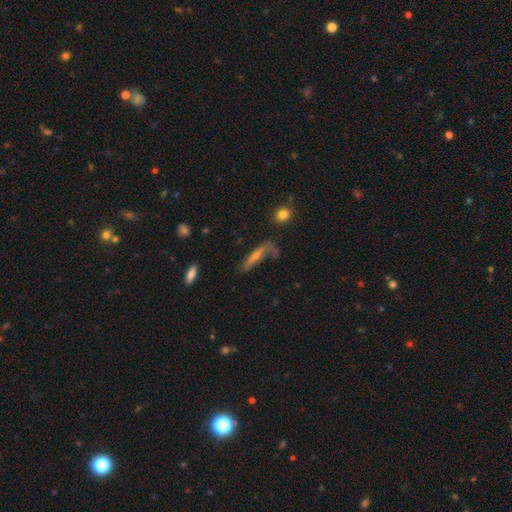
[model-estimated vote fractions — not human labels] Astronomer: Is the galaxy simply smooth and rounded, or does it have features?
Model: featured or disk — 56% (runner-up: smooth, 33%).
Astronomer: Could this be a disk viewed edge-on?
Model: yes — 61% (runner-up: no, 39%).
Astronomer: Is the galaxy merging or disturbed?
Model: none — 48% (runner-up: minor disturbance, 25%).